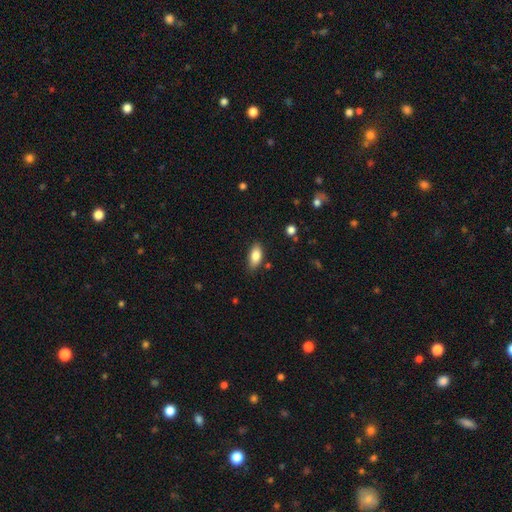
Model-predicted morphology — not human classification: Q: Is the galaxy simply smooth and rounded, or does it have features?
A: smooth — 83%.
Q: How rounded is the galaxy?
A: in between — 88%.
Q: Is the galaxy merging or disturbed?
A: none — 81%.